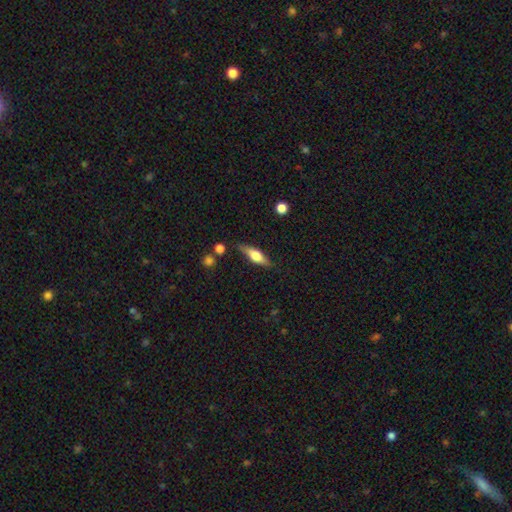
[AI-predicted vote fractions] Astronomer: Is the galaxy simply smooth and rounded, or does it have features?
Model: smooth — 51% (runner-up: featured or disk, 43%).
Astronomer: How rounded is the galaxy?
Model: cigar-shaped — 49% (runner-up: in between, 47%).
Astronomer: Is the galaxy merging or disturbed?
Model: none — 77%.